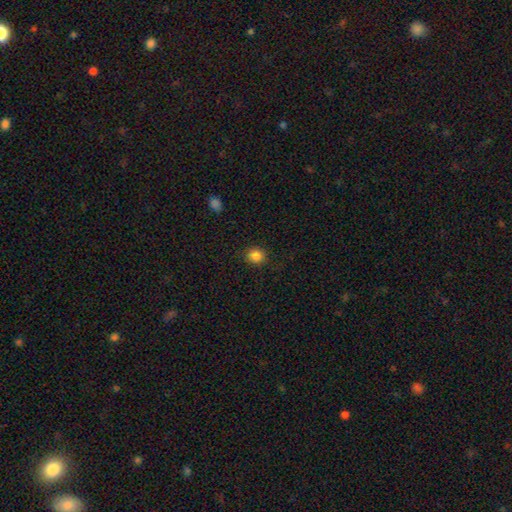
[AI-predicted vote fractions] Smooth or featured? Predicted: smooth (p=0.85). How rounded? Predicted: round (p=0.85). Merging? Predicted: none (p=0.90).